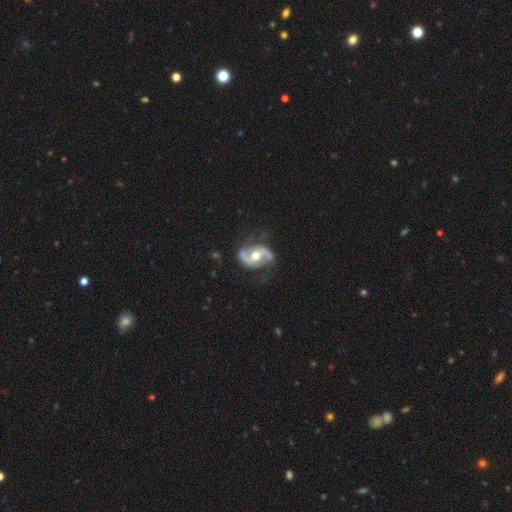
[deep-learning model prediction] Overall: featured or disk (90%). Edge-on disk: no (97%). Bar: no (50%; weak 31%). Spiral arms: yes (96%). Spiral arm count: 2 (93%). Spiral winding: medium (45%; loose 42%). Bulge size: moderate (78%). Merging: none (73%).